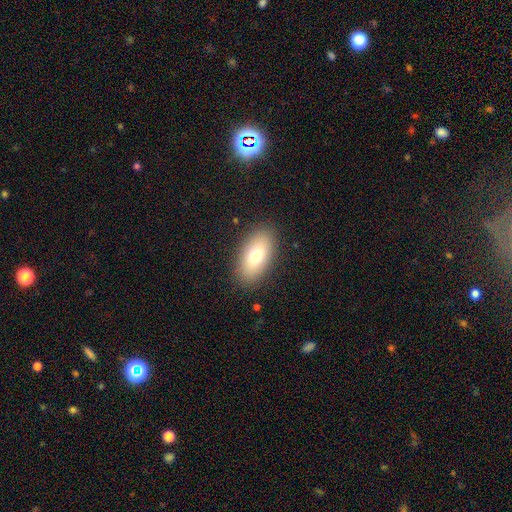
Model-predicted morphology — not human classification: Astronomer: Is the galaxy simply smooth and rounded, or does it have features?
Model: smooth — 74%.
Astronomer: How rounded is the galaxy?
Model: in between — 91%.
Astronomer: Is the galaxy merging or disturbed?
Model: none — 87%.